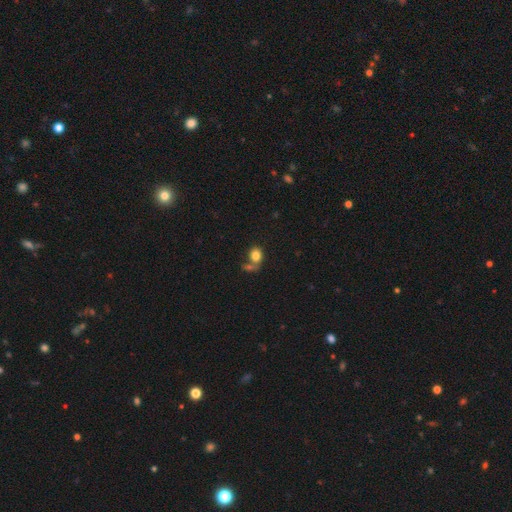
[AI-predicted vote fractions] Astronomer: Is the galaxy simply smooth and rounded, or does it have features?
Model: smooth — 80%.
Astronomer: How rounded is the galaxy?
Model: round — 59% (runner-up: in between, 40%).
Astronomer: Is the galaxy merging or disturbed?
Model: none — 40% (runner-up: merger, 38%).